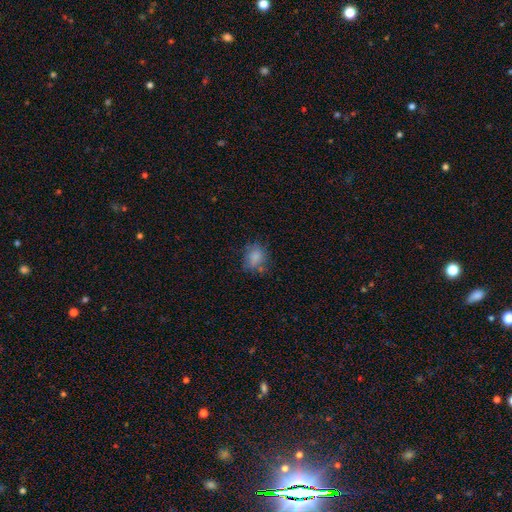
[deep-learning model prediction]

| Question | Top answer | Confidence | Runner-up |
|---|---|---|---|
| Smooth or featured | smooth | 76% | star or artifact (14%) |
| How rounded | round | 51% | in between (48%) |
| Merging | none | 68% | minor disturbance (21%) |